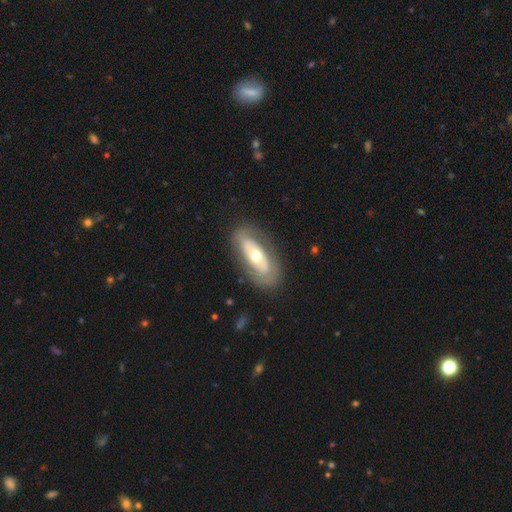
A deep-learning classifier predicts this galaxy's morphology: A featured or disk galaxy (58%).

Vote fractions:
- Smooth or featured? featured or disk: 58% / smooth: 37% / star or artifact: 5%
- Edge-on disk? no: 83% / yes: 17%
- Merging? none: 80% / minor disturbance: 13% / major disturbance: 6% / merger: 1%